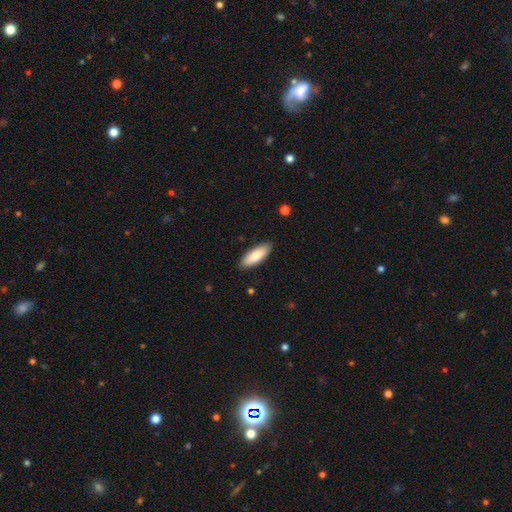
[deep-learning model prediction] Morphology: type=smooth (83%); roundness=in between (65%); merging=none (88%).